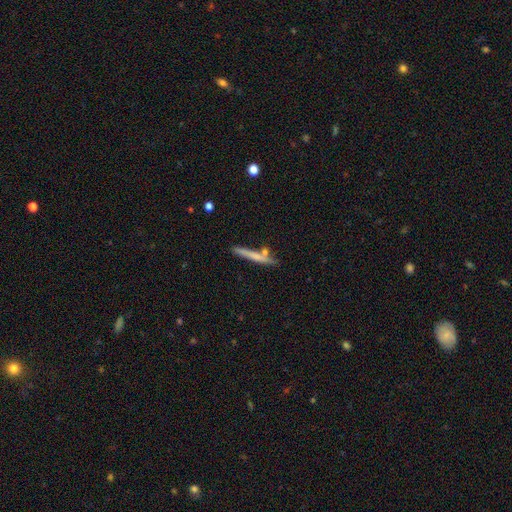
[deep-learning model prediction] Smooth or featured: smooth — 58% (featured or disk — 35%)
How rounded: cigar-shaped — 95% (in between — 4%)
Merging: none — 74% (minor disturbance — 13%)